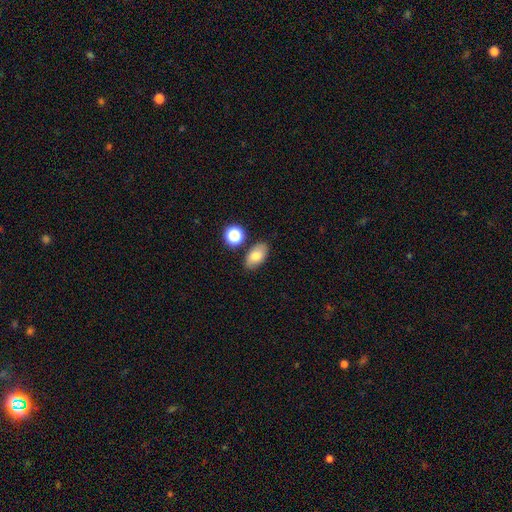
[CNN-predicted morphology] Smooth or featured? smooth (77%)
How rounded? in between (89%)
Merging? none (78%)